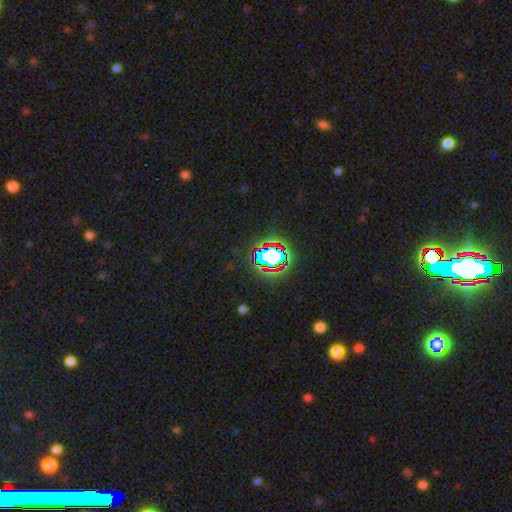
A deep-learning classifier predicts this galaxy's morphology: Smooth or featured: star or artifact — 80% (smooth — 12%)